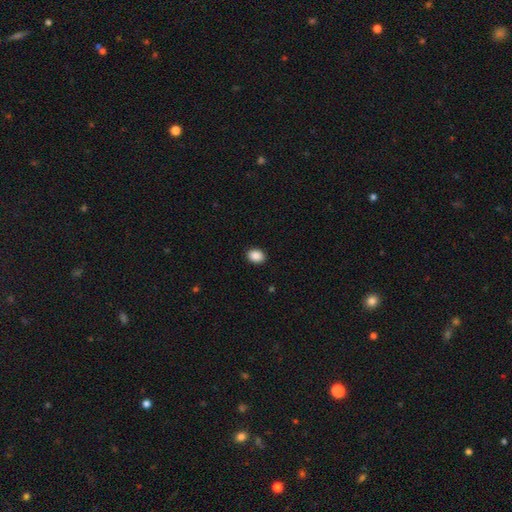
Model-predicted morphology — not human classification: Smooth or featured: smooth — 89% (star or artifact — 8%)
How rounded: in between — 60% (round — 39%)
Merging: none — 91% (minor disturbance — 6%)